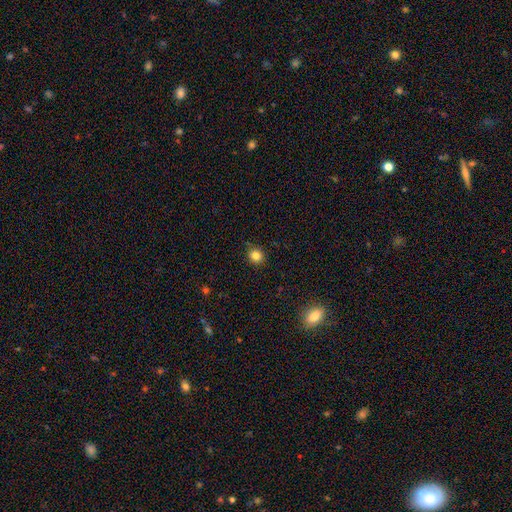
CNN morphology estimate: Smooth or featured: smooth — 83% (star or artifact — 12%)
How rounded: round — 87% (in between — 12%)
Merging: none — 87% (minor disturbance — 10%)